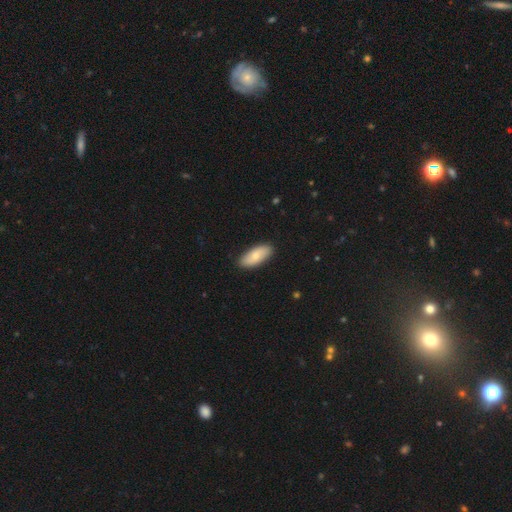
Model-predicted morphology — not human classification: A smooth galaxy with no disk features (72%) that is in between round and cigar-shaped (86%). Merging: none (88%).